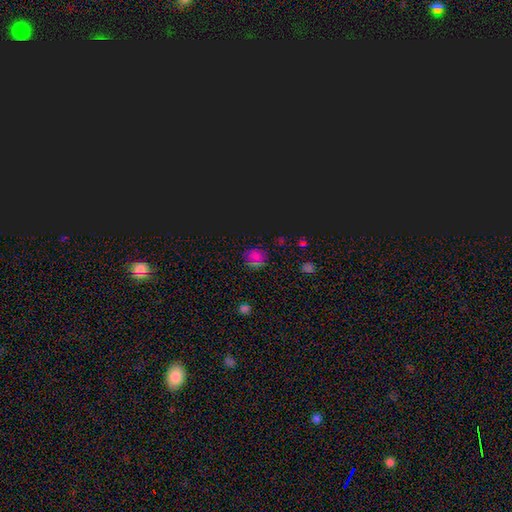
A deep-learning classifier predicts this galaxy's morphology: This is possibly a star or artifact rather than a galaxy (47%, tied with smooth).